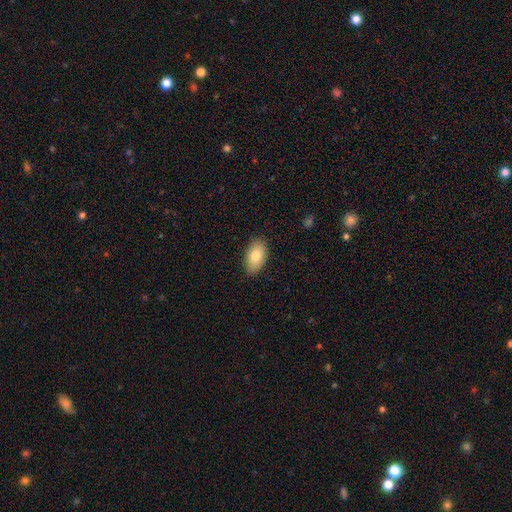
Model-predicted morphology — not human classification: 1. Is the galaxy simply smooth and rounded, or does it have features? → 81% smooth, 12% featured or disk, 7% star or artifact.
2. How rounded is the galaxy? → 94% in between, 5% round, 2% cigar-shaped.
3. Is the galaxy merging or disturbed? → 87% none, 10% minor disturbance, 2% major disturbance, 1% merger.